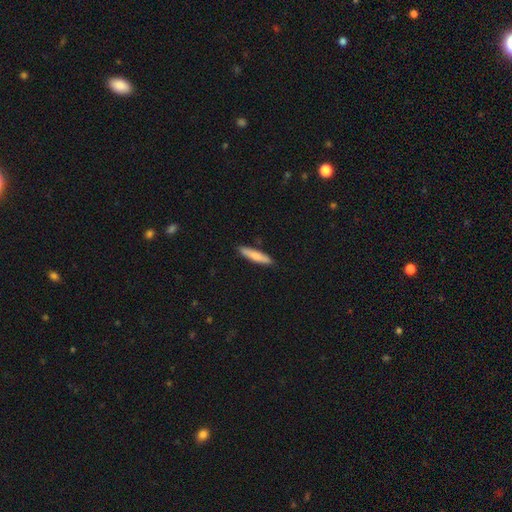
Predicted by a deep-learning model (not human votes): smooth_or_featured: smooth (p=0.78) [alt: featured or disk p=0.17]
how_rounded: cigar-shaped (p=0.86) [alt: in between p=0.13]
merging: none (p=0.89) [alt: minor disturbance p=0.09]